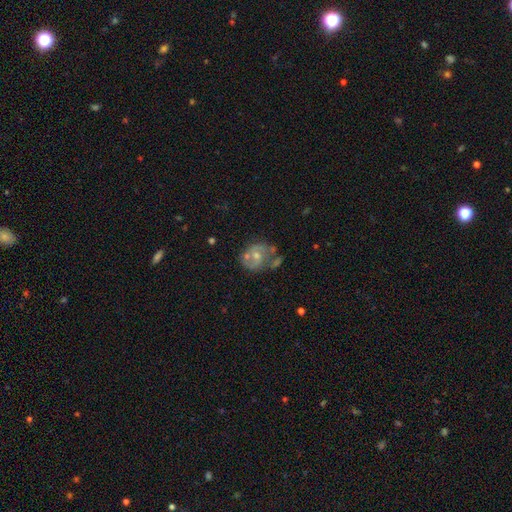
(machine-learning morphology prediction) A featured or disk galaxy (70%) with no bar (61%), 2 (75%) medium (49%) spiral arms (78%) and a moderate central bulge (56%). Merging: none (46%).